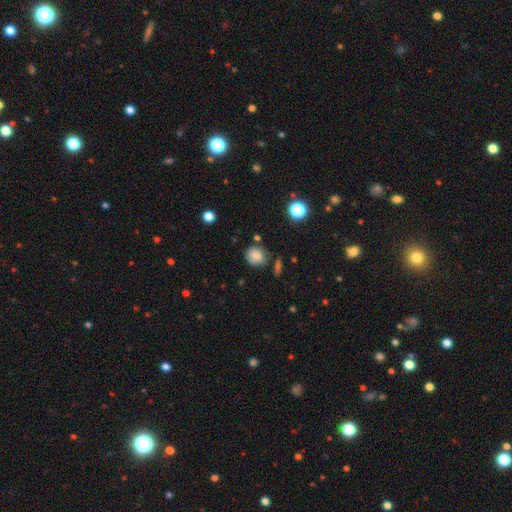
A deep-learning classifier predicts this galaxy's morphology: smooth_or_featured: smooth (p=0.82) [alt: star or artifact p=0.11]
how_rounded: round (p=0.82) [alt: in between p=0.17]
merging: none (p=0.75) [alt: minor disturbance p=0.16]